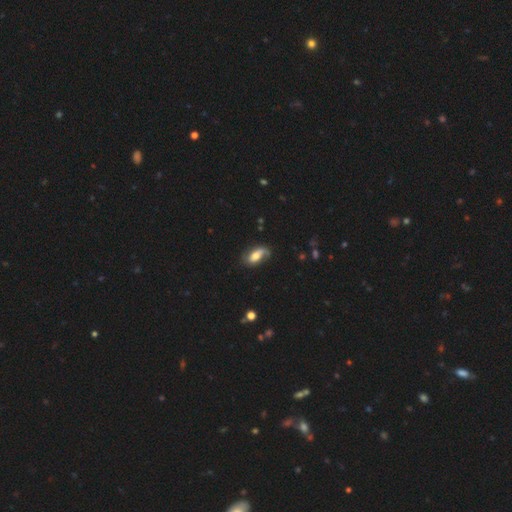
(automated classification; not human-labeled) A featured or disk galaxy (51%).

Vote fractions:
- Smooth or featured? featured or disk: 51% / smooth: 42% / star or artifact: 7%
- Edge-on disk? no: 91% / yes: 9%
- Merging? none: 58% / minor disturbance: 25% / major disturbance: 14% / merger: 3%